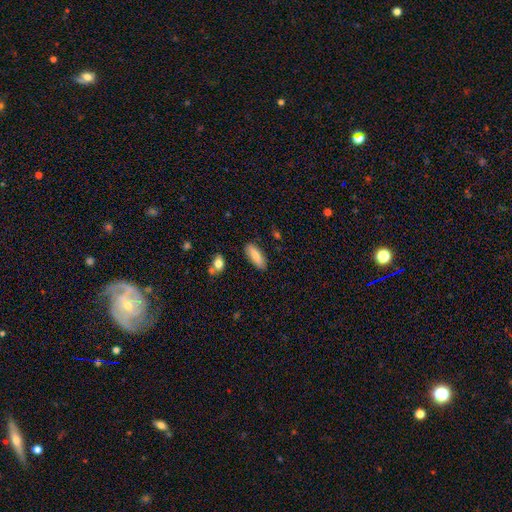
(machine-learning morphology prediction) Smooth or featured? Predicted: smooth (p=0.81). How rounded? Predicted: in between (p=0.74). Merging? Predicted: none (p=0.84).